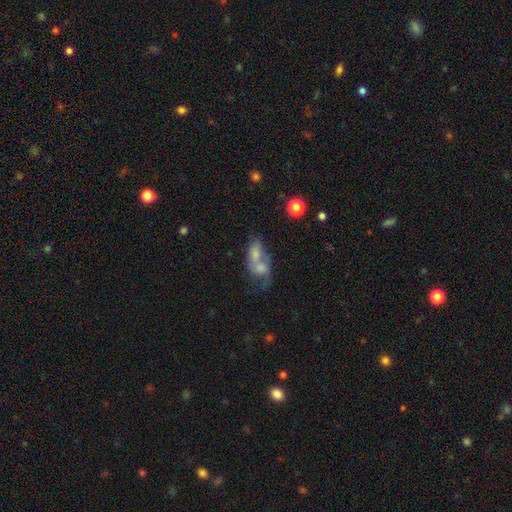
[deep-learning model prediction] This appears to be a smooth galaxy with no disk features (55%) that is in between round and cigar-shaped (72%). Merging: merger (69%).